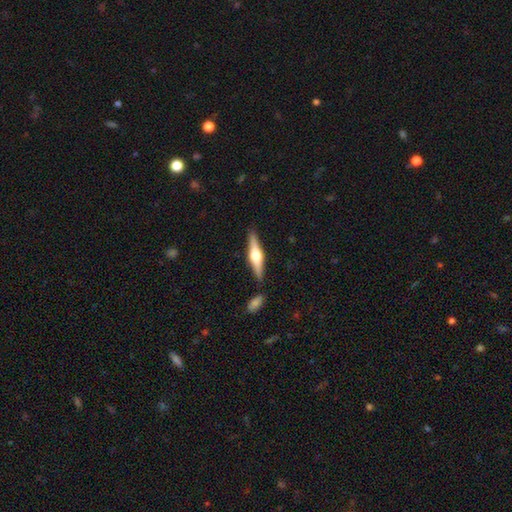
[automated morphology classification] Smooth or featured? featured or disk (67%)
Edge-on disk? yes (97%)
Edge-on bulge? rounded (91%)
Merging? none (84%)